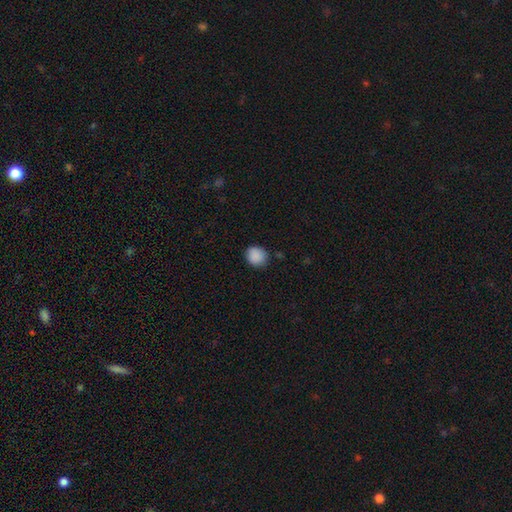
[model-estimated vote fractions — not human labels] Q: Smooth or featured?
A: smooth (89%); runner-up: star or artifact (8%)
Q: How rounded?
A: round (77%); runner-up: in between (22%)
Q: Merging?
A: none (83%); runner-up: minor disturbance (13%)